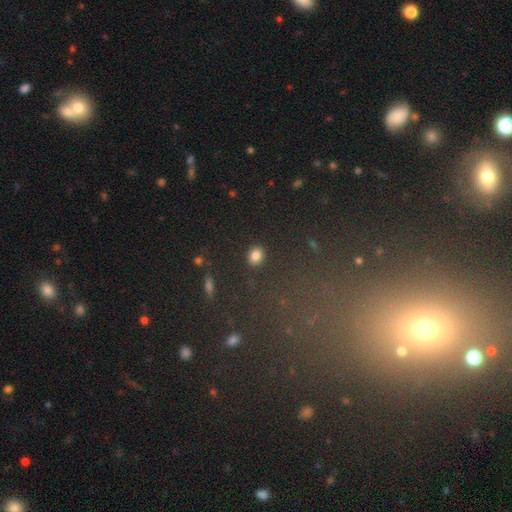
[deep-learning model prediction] smooth 83%, star or artifact 12%, featured or disk 5%. Down the decision tree: how rounded — round (55%); merging — none (89%).